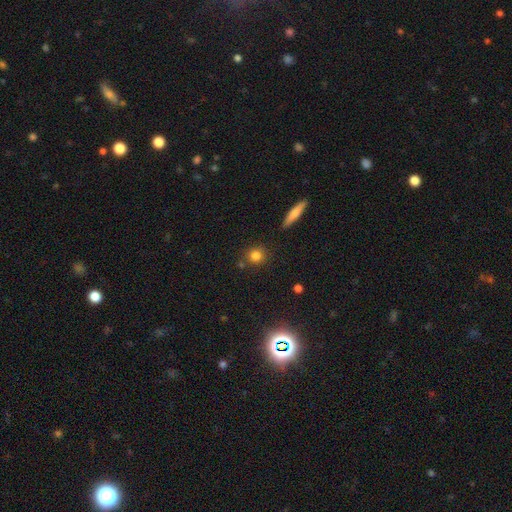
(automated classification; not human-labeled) The model was most divided on "smooth or featured": smooth: 80%, star or artifact: 12%, featured or disk: 8%. More confident: how rounded — round (85%); merging — none (80%).